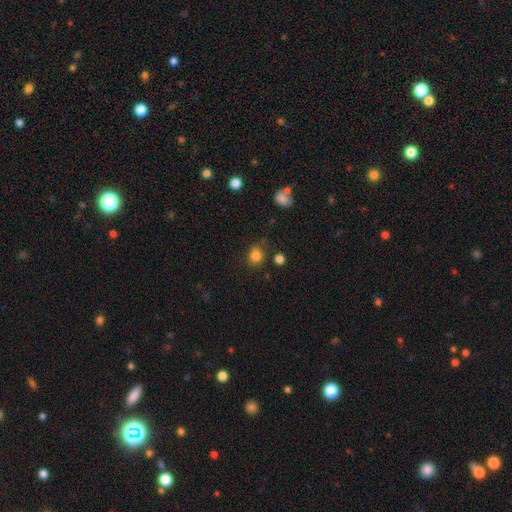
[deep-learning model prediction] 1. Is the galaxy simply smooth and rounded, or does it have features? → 82% smooth, 13% star or artifact, 5% featured or disk.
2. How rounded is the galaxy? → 63% round, 36% in between, 1% cigar-shaped.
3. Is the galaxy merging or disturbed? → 75% none, 16% minor disturbance, 5% major disturbance, 4% merger.